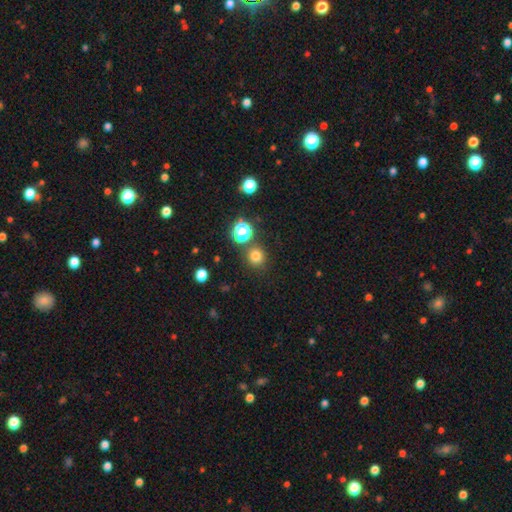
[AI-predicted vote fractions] Smooth or featured: smooth — 77% (star or artifact — 17%)
How rounded: round — 91% (in between — 8%)
Merging: none — 84% (minor disturbance — 7%)